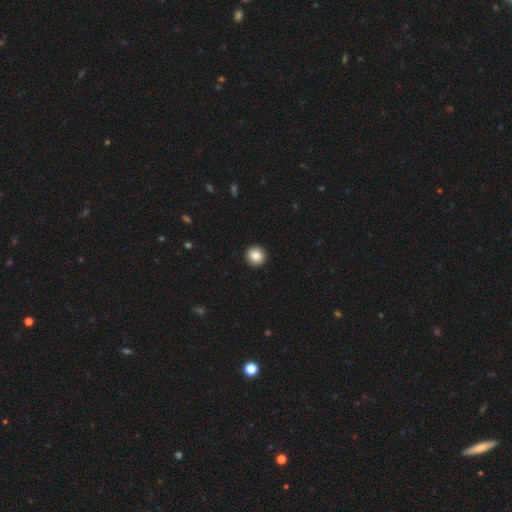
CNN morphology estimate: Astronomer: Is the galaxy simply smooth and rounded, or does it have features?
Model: smooth — 86%.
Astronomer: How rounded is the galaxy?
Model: round — 92%.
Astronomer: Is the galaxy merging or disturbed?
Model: none — 93%.